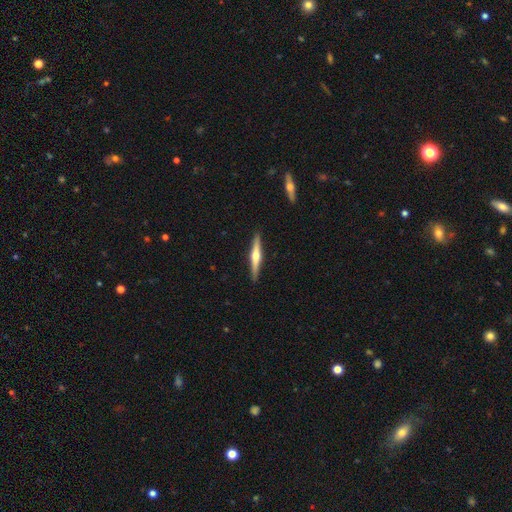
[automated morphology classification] The model was most divided on "smooth or featured": featured or disk: 68%, smooth: 28%, star or artifact: 5%. More confident: edge-on disk — yes (98%); merging — none (91%); edge-on bulge — rounded (88%).